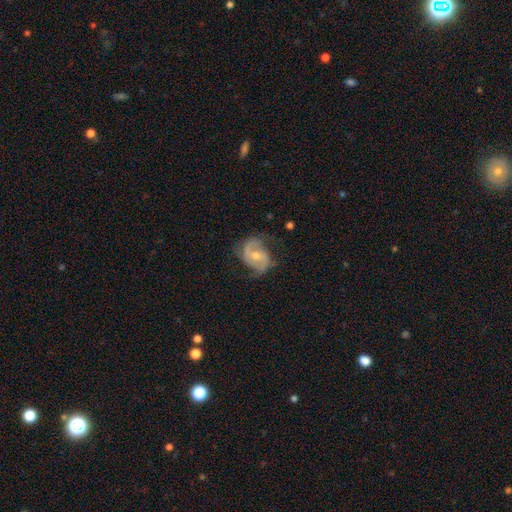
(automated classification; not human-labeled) Smooth or featured: featured or disk — 79% (smooth — 15%)
Edge-on disk: no — 97% (yes — 3%)
Bar: no — 48% (weak — 40%)
Spiral arms: yes — 92% (no — 8%)
Spiral winding: medium — 48% (tight — 26%)
Spiral arm count: 2 — 81% (can't tell — 9%)
Bulge size: moderate — 60% (small — 35%)
Merging: none — 62% (minor disturbance — 24%)